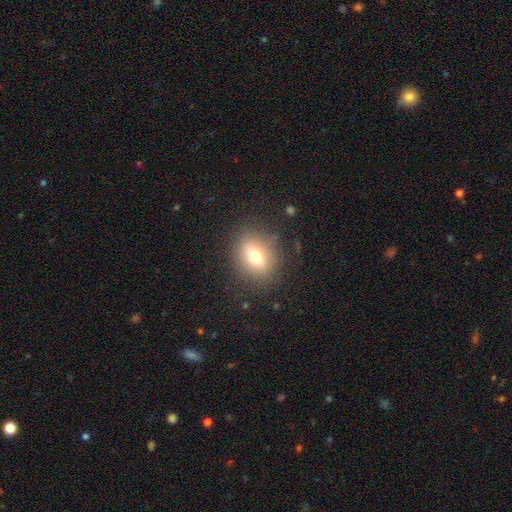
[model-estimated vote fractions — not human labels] Smooth or featured? smooth (68%)
How rounded? round (57%)
Merging? none (81%)